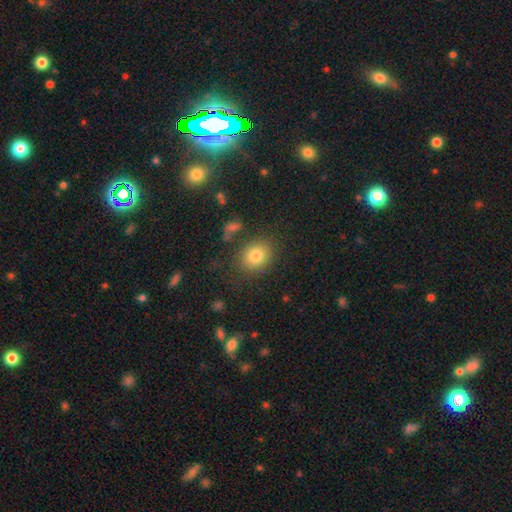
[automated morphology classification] Smooth or featured? Predicted: smooth (p=0.80). How rounded? Predicted: round (p=0.55). Merging? Predicted: none (p=0.79).